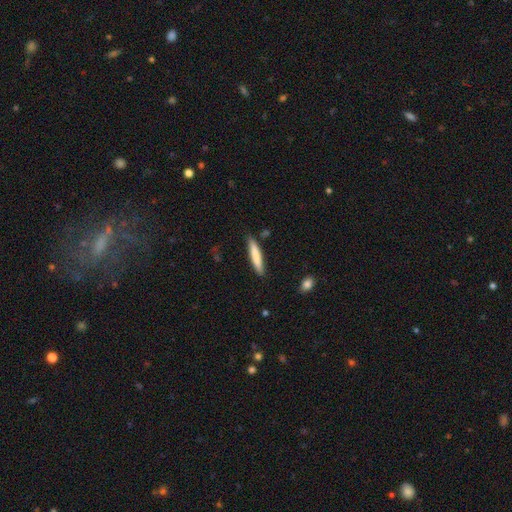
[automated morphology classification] A smooth galaxy with no disk features (77%) that is cigar-shaped (92%).

Vote fractions:
- Smooth or featured? smooth: 77% / featured or disk: 18% / star or artifact: 6%
- How rounded? cigar-shaped: 92% / in between: 7% / round: 1%
- Merging? none: 86% / minor disturbance: 11% / major disturbance: 2% / merger: 2%